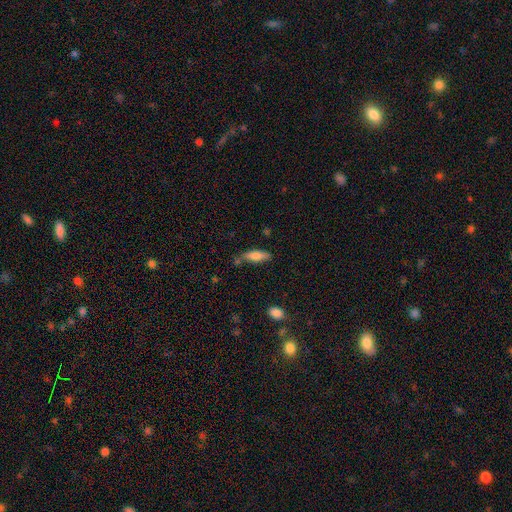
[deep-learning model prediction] smooth-or-featured: smooth: 77% | featured or disk: 16% | star or artifact: 7%
  how-rounded: in between: 57% | cigar-shaped: 41% | round: 2%
  merging: none: 67% | minor disturbance: 21% | merger: 8% | major disturbance: 5%